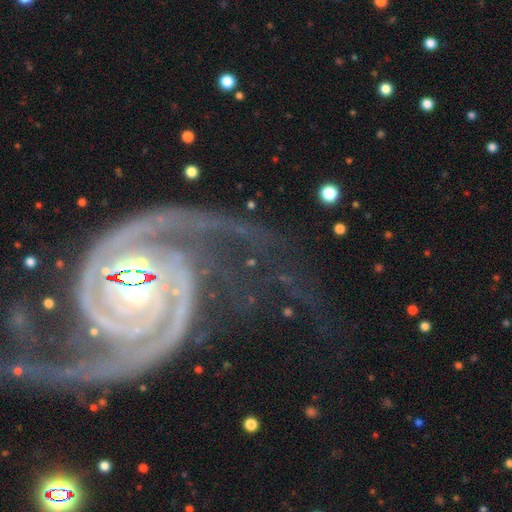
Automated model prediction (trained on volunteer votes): Morphology: type=featured or disk (93%); edge-on=no (98%); bar=weak (36%); spiral arms=yes (99%); winding=tight (47%); arm count=2 (76%); bulge=moderate (46%); merging=none (57%).